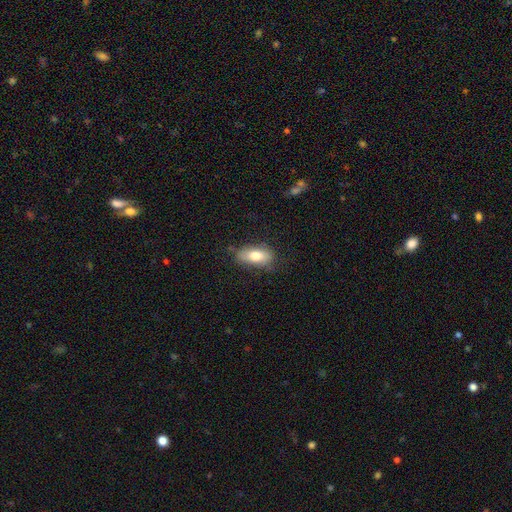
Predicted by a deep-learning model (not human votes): smooth 75%, featured or disk 17%, star or artifact 7%. Down the decision tree: how rounded — in between (85%); merging — none (69%).